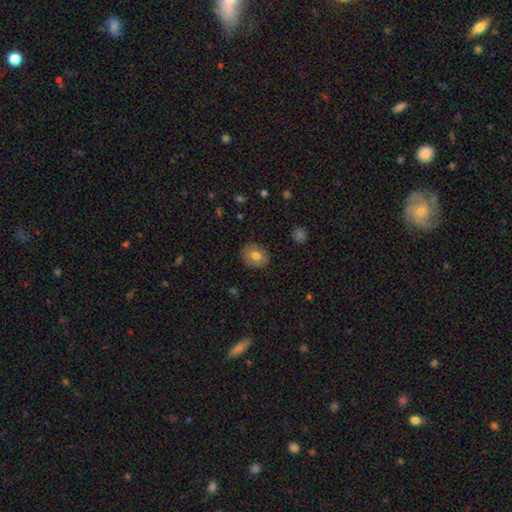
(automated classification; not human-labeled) Smooth or featured? Predicted: smooth (p=0.73). How rounded? Predicted: round (p=0.54). Merging? Predicted: none (p=0.86).